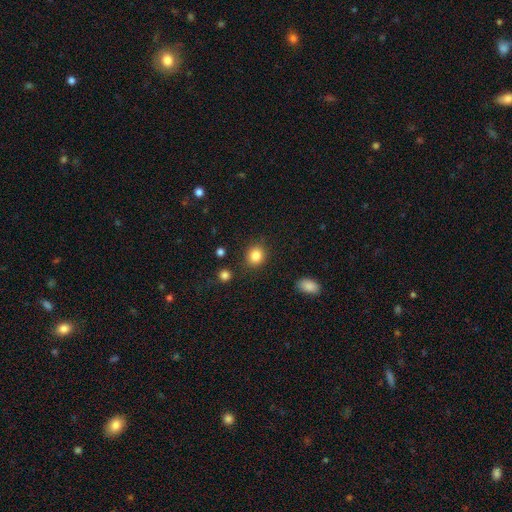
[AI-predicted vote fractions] smooth-or-featured: smooth: 85% | star or artifact: 10% | featured or disk: 5%
  how-rounded: round: 78% | in between: 21% | cigar-shaped: 1%
  merging: none: 86% | minor disturbance: 9% | major disturbance: 3% | merger: 2%